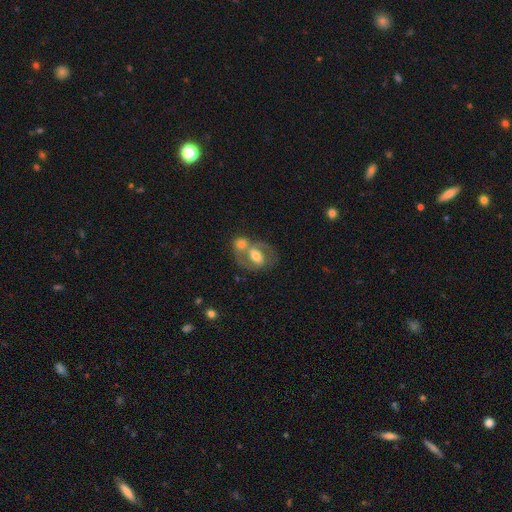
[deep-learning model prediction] A featured or disk galaxy (58%) with a weak bar (39%), spiral arms (61%) and a moderate central bulge (64%).

Vote fractions:
- Smooth or featured? featured or disk: 58% / smooth: 35% / star or artifact: 7%
- Edge-on disk? no: 95% / yes: 5%
- Bar? weak: 39% / no: 32% / strong: 29%
- Spiral arms? yes: 61% / no: 39%
- Bulge size? moderate: 64% / small: 16% / large: 16% / none: 2% / dominant: 2%
- Merging? merger: 53% / none: 28% / minor disturbance: 11% / major disturbance: 8%